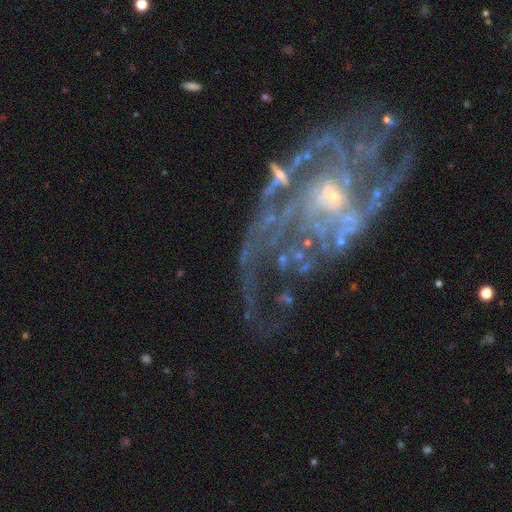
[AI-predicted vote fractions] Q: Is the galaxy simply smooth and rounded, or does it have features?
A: featured or disk — 89%.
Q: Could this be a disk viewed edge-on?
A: no — 96%.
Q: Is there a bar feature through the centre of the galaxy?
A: no — 63%.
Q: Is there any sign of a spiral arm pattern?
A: yes — 94%.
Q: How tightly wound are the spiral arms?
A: medium — 42%.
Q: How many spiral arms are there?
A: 2 — 29%.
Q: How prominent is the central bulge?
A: small — 68%.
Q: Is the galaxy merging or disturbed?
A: none — 56%.